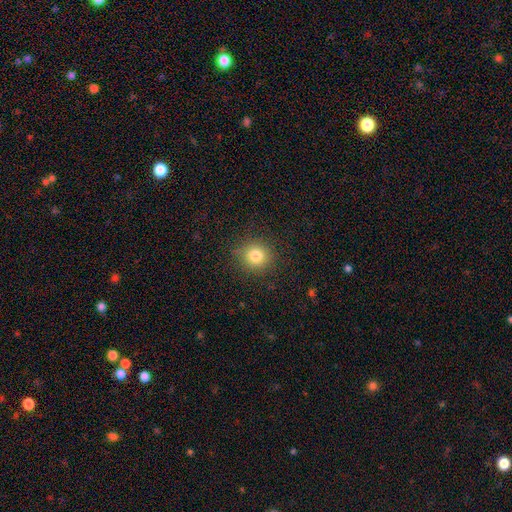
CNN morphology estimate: Smooth or featured? Predicted: smooth (p=0.81). How rounded? Predicted: round (p=0.89). Merging? Predicted: none (p=0.87).